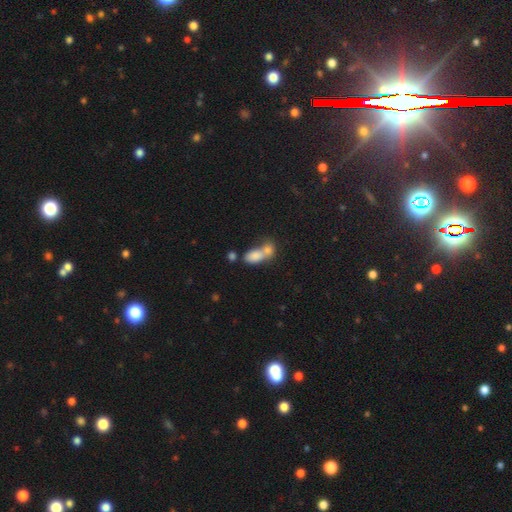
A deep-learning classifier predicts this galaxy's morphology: type=smooth (80%); roundness=in between (84%); merging=merger (67%).